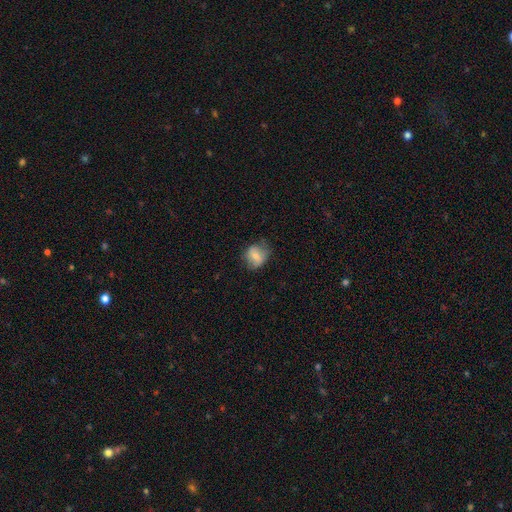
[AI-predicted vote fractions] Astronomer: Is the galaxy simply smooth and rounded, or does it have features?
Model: smooth — 68%.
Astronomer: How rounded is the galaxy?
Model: round — 64%.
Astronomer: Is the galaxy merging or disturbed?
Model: none — 67%.